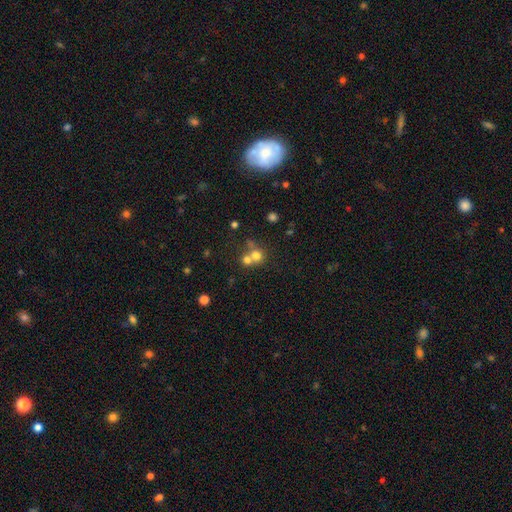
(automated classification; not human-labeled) The model was most divided on "merging": merger: 52%, none: 38%, minor disturbance: 6%, major disturbance: 4%. More confident: how rounded — round (85%); smooth or featured — smooth (70%).